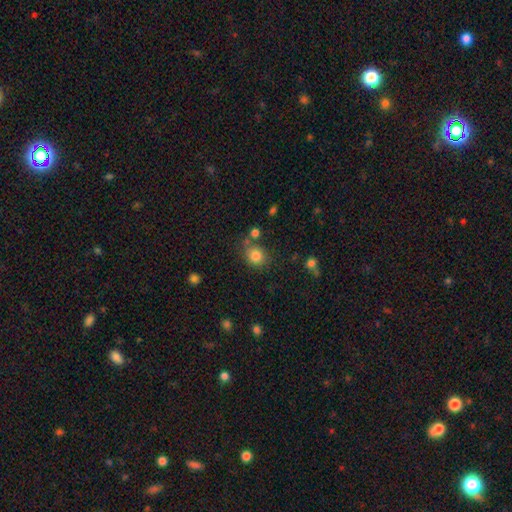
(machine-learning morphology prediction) Overall: smooth (82%). How rounded: round (77%). Merging: none (71%).